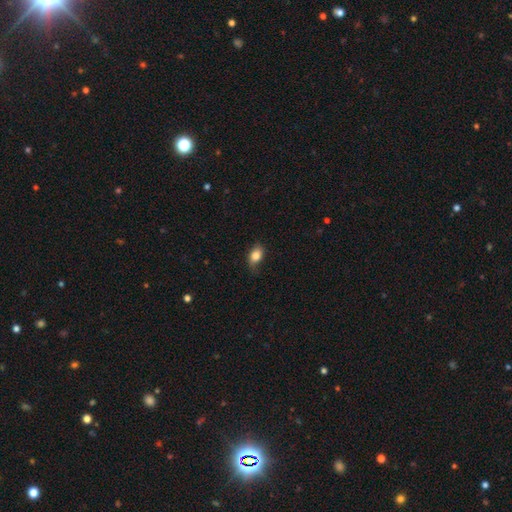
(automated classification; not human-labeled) Q: Smooth or featured?
A: smooth (82%); runner-up: featured or disk (9%)
Q: How rounded?
A: in between (81%); runner-up: round (16%)
Q: Merging?
A: none (65%); runner-up: minor disturbance (27%)